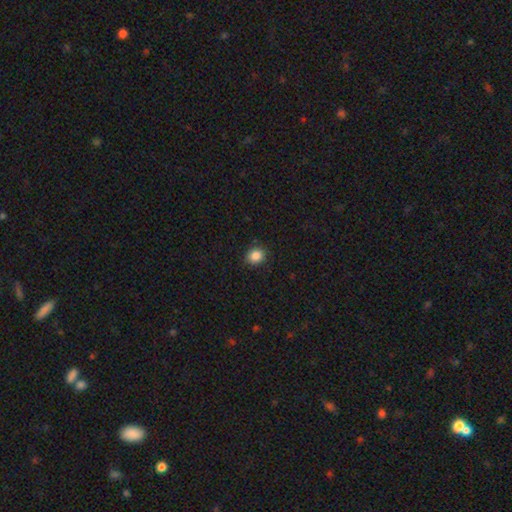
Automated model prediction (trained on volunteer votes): The model was most divided on "how rounded": round: 70%, in between: 29%, cigar-shaped: 1%. More confident: merging — none (89%); smooth or featured — smooth (86%).